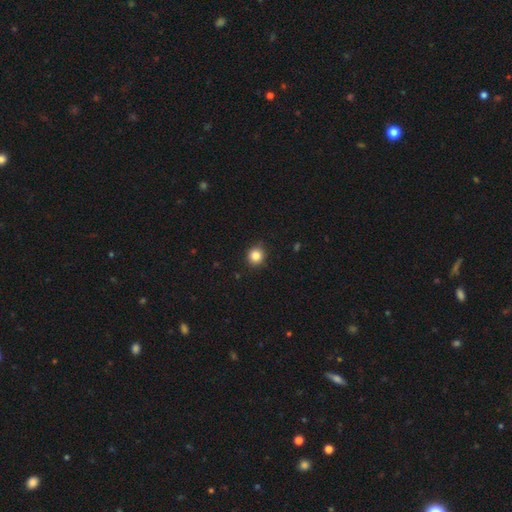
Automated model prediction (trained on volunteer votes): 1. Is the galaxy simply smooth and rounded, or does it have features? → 85% smooth, 11% star or artifact, 4% featured or disk.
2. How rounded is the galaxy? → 89% round, 10% in between, 1% cigar-shaped.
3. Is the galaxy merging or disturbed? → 89% none, 8% minor disturbance, 2% major disturbance, 1% merger.